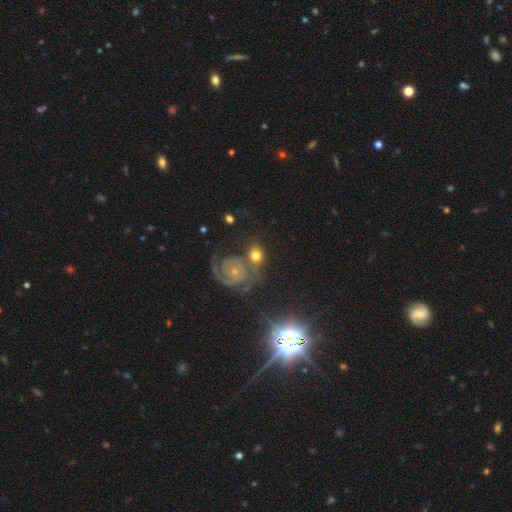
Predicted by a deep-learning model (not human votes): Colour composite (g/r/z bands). It shows a smooth galaxy with no disk features (50%) that is round (63%). Merging: none (56%).